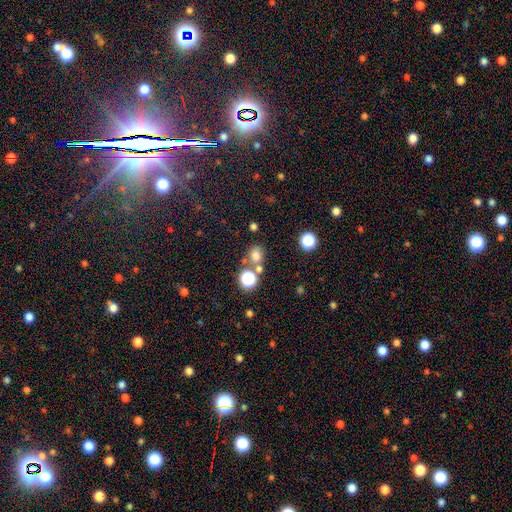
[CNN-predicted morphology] The model was most divided on "how rounded": round: 66%, in between: 33%, cigar-shaped: 1%. More confident: smooth or featured — smooth (71%); merging — none (64%).